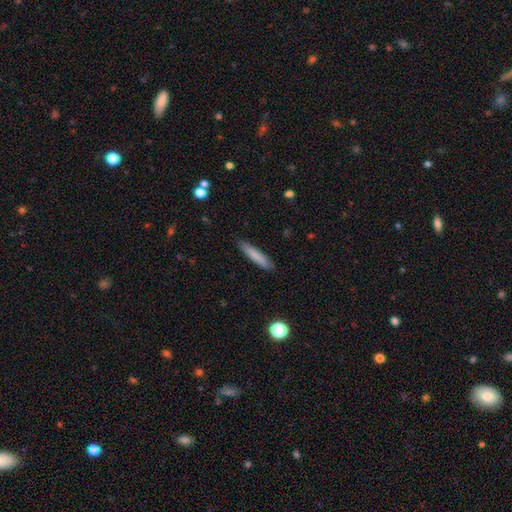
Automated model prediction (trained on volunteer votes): Smooth or featured?
  - smooth: 80% *
  - featured or disk: 14%
  - star or artifact: 6%
How rounded?
  - cigar-shaped: 90% *
  - in between: 9%
  - round: 1%
Merging?
  - none: 88% *
  - minor disturbance: 9%
  - major disturbance: 2%
  - merger: 1%